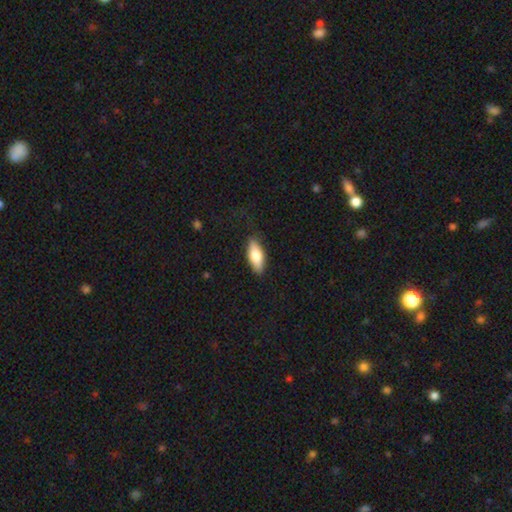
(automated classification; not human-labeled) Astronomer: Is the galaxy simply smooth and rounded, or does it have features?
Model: smooth — 76%.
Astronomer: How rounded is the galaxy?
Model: in between — 78%.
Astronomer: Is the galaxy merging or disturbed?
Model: none — 85%.